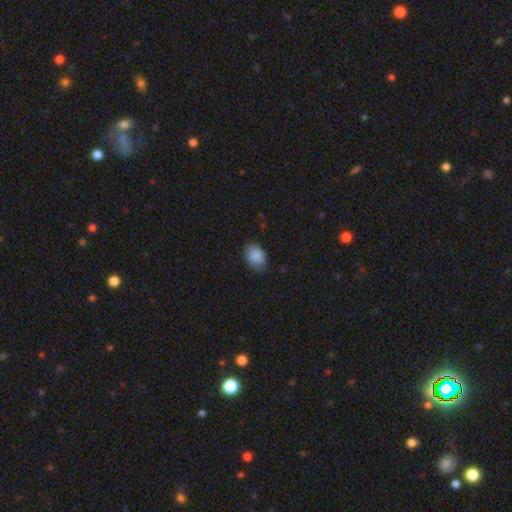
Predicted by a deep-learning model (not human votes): Q: Smooth or featured?
A: smooth (87%); runner-up: star or artifact (7%)
Q: How rounded?
A: in between (71%); runner-up: round (28%)
Q: Merging?
A: none (64%); runner-up: minor disturbance (29%)